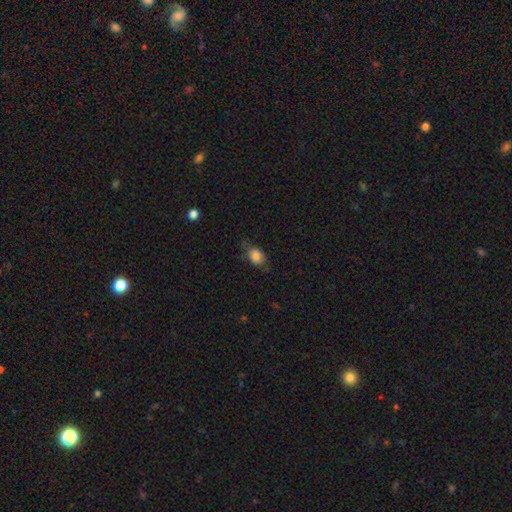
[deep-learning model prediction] smooth-or-featured: smooth: 81% | featured or disk: 10% | star or artifact: 9%
  how-rounded: in between: 75% | round: 23% | cigar-shaped: 2%
  merging: none: 56% | minor disturbance: 30% | major disturbance: 12% | merger: 2%